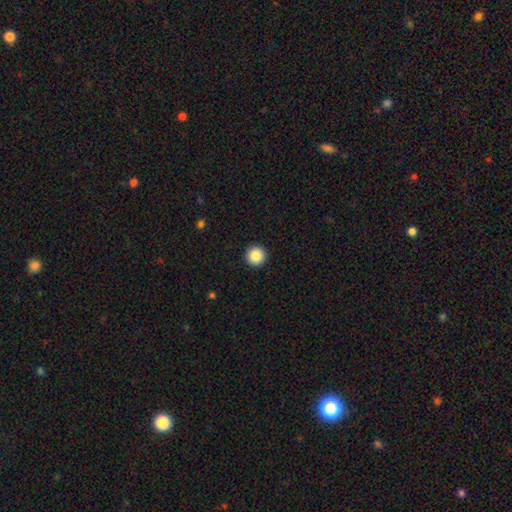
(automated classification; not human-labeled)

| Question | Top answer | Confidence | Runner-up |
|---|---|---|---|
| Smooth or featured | smooth | 86% | star or artifact (9%) |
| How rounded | round | 97% | in between (2%) |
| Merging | none | 94% | minor disturbance (4%) |